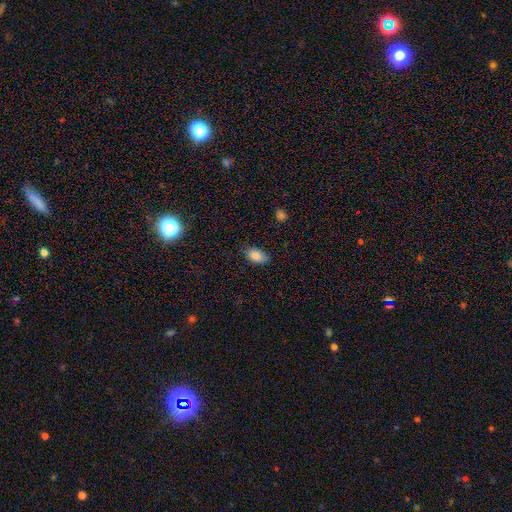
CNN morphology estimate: Smooth or featured? Predicted: smooth (p=0.86). How rounded? Predicted: in between (p=0.90). Merging? Predicted: none (p=0.79).